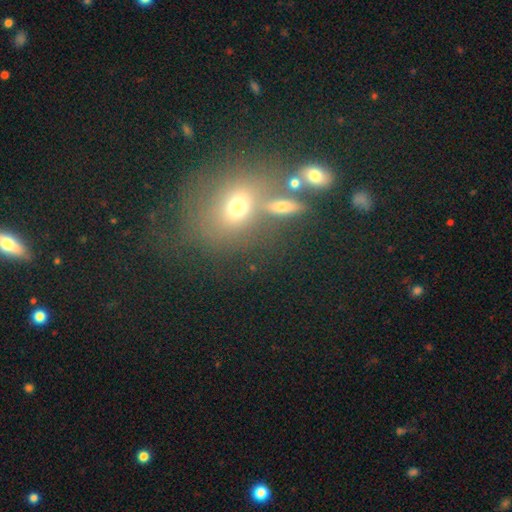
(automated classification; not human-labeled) A smooth galaxy with no disk features (51%) that is round (54%). Merging: none (53%).